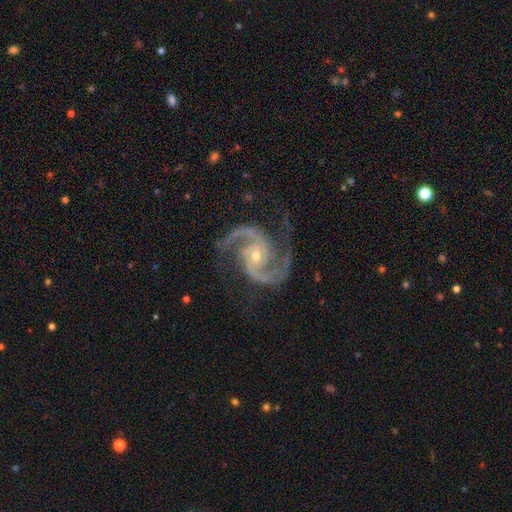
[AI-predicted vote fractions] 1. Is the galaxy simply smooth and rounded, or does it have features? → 94% featured or disk, 4% star or artifact, 2% smooth.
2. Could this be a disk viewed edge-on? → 98% no, 2% yes.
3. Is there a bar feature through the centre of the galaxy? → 63% no, 26% weak, 11% strong.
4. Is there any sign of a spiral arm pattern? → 99% yes, 1% no.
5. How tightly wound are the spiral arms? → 64% medium, 23% tight, 13% loose.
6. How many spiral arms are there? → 87% 2, 6% 3, 2% can't tell, 2% 4, 2% 1, 2% more than 4.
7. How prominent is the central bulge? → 59% small, 38% moderate, 1% large, 1% none, 1% dominant.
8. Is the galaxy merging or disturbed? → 76% none, 15% minor disturbance, 7% major disturbance, 1% merger.